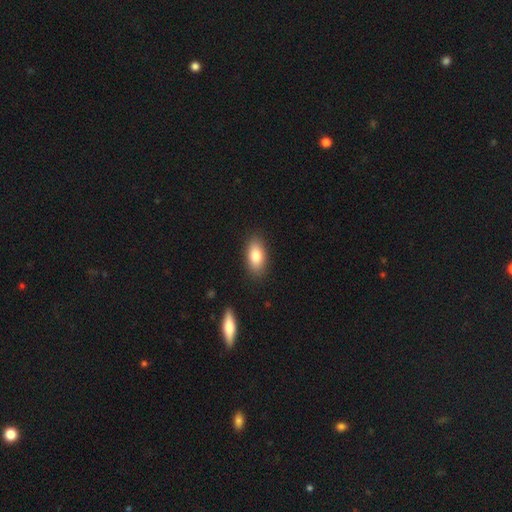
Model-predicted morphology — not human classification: Q: Smooth or featured?
A: smooth (82%); runner-up: featured or disk (11%)
Q: How rounded?
A: in between (89%); runner-up: cigar-shaped (7%)
Q: Merging?
A: none (87%); runner-up: minor disturbance (10%)